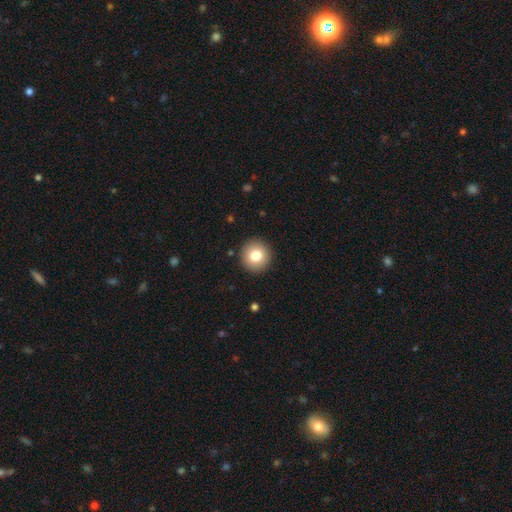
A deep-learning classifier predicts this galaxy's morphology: A smooth galaxy with no disk features (80%) that is round (95%).

Vote fractions:
- Smooth or featured? smooth: 80% / featured or disk: 11% / star or artifact: 9%
- How rounded? round: 95% / in between: 4% / cigar-shaped: 1%
- Merging? none: 92% / minor disturbance: 5% / major disturbance: 2% / merger: 1%